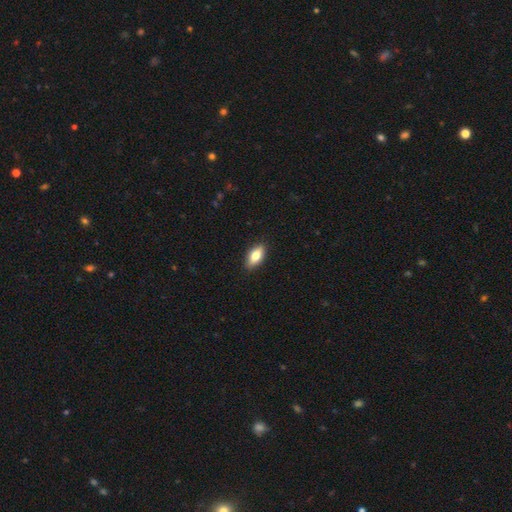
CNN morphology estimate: This is likely a smooth galaxy (74%). How rounded: clearly in between (83%). Merging: clearly none (88%).